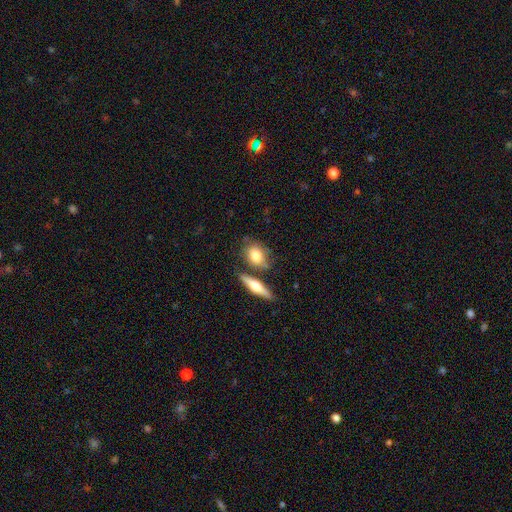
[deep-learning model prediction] Q: Smooth or featured?
A: smooth (73%); runner-up: featured or disk (21%)
Q: How rounded?
A: in between (56%); runner-up: round (36%)
Q: Merging?
A: none (64%); runner-up: merger (17%)